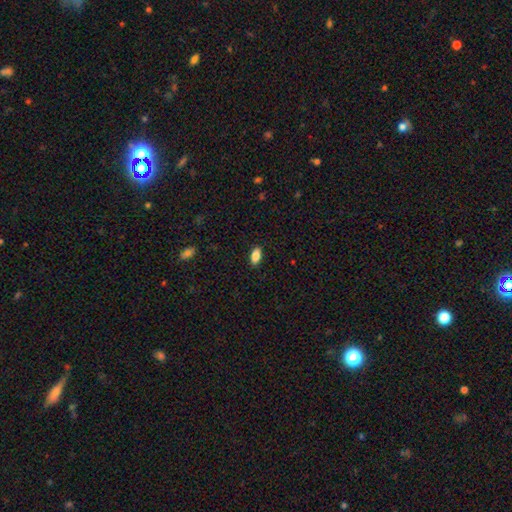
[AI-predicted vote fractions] Q: Smooth or featured?
A: smooth (86%); runner-up: star or artifact (8%)
Q: How rounded?
A: in between (90%); runner-up: cigar-shaped (7%)
Q: Merging?
A: none (89%); runner-up: minor disturbance (8%)